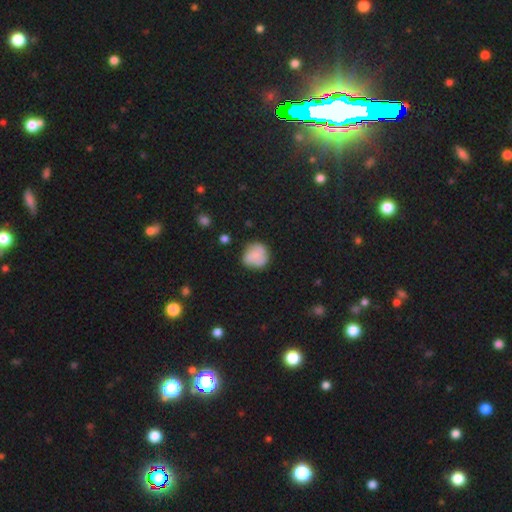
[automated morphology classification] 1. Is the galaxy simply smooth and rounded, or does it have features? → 60% smooth, 30% featured or disk, 9% star or artifact.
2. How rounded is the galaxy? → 85% round, 14% in between, 1% cigar-shaped.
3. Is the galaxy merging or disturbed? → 69% none, 21% minor disturbance, 7% major disturbance, 2% merger.